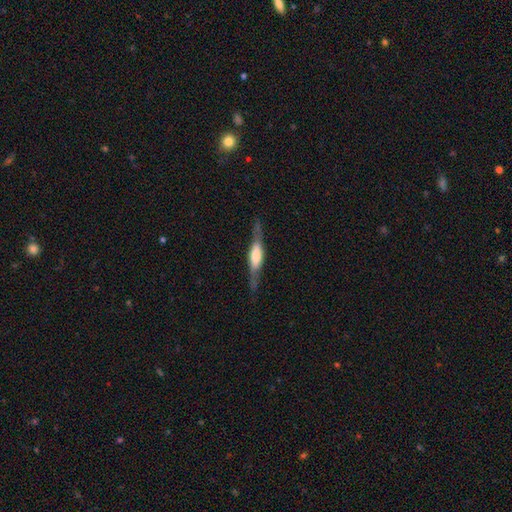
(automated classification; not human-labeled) Smooth or featured: featured or disk — 65% (smooth — 30%)
Edge-on disk: yes — 92% (no — 8%)
Edge-on bulge: rounded — 54% (boxy — 39%)
Merging: none — 81% (minor disturbance — 13%)